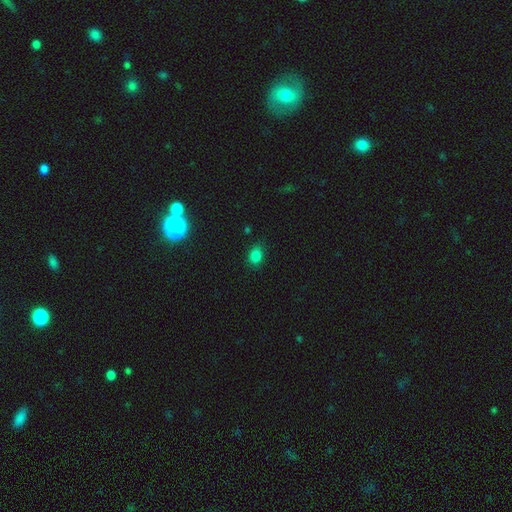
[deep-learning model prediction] Smooth or featured: smooth — 80% (star or artifact — 16%)
How rounded: in between — 61% (round — 38%)
Merging: none — 79% (minor disturbance — 16%)